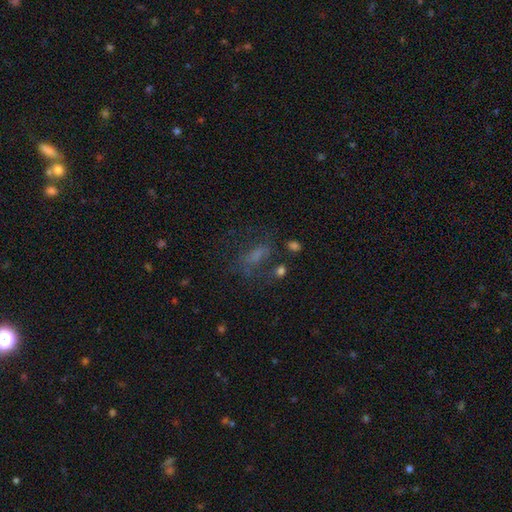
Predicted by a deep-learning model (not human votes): smooth 46%, featured or disk 29%, star or artifact 25%. Down the decision tree: merging — none (49%).